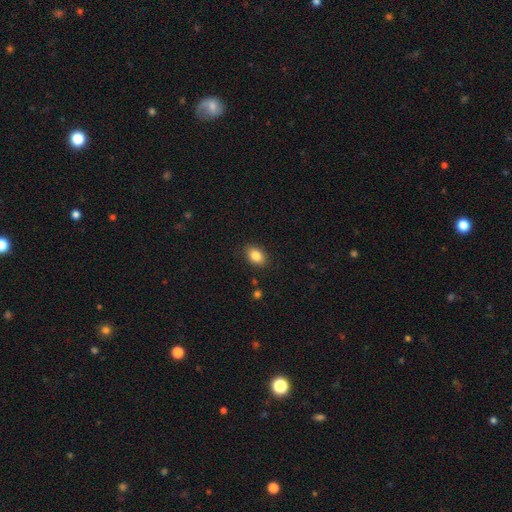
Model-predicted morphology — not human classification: A smooth galaxy with no disk features (85%) that is in between round and cigar-shaped (83%). Merging: none (87%).